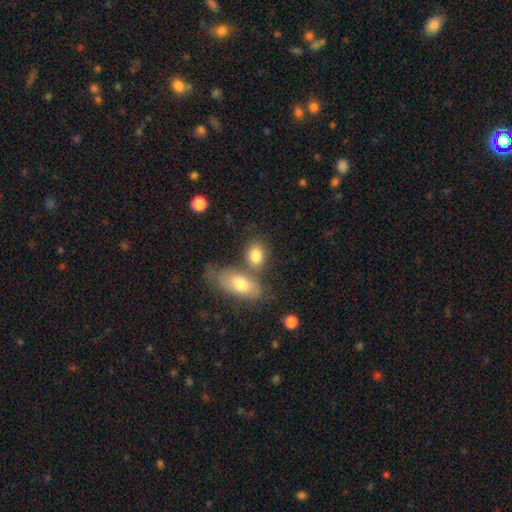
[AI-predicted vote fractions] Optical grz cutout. It shows a smooth galaxy with no disk features (80%) that is in between round and cigar-shaped (72%). Merging: none (45%).